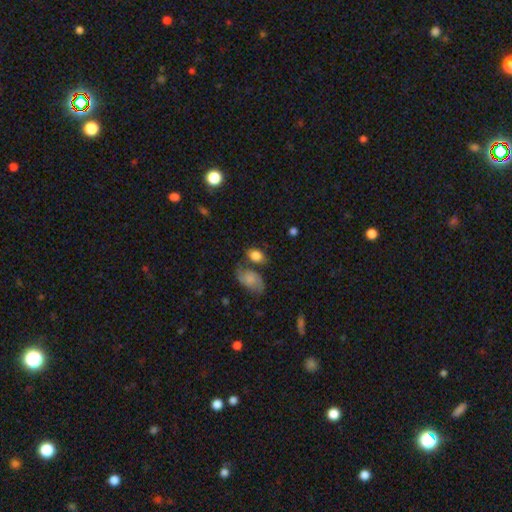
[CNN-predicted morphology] Smooth or featured: smooth — 75% (featured or disk — 16%)
How rounded: in between — 70% (round — 28%)
Merging: none — 50% (merger — 24%)